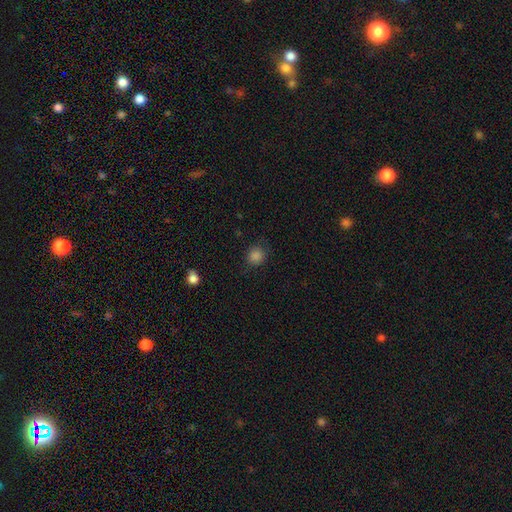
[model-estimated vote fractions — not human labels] Overall: smooth (85%). How rounded: round (84%). Merging: none (83%).